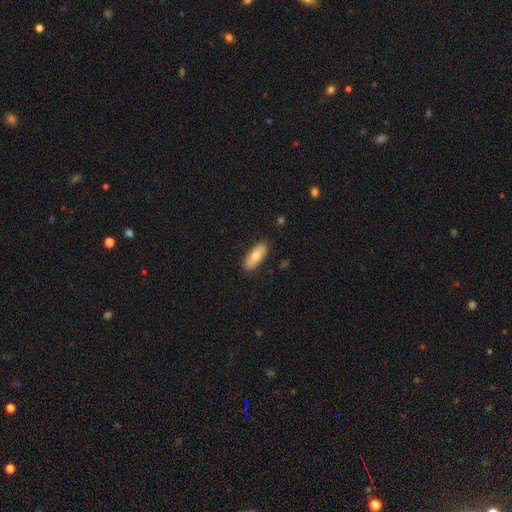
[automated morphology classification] The model was most divided on "smooth or featured": smooth: 71%, featured or disk: 23%, star or artifact: 6%. More confident: merging — none (88%); how rounded — in between (81%).